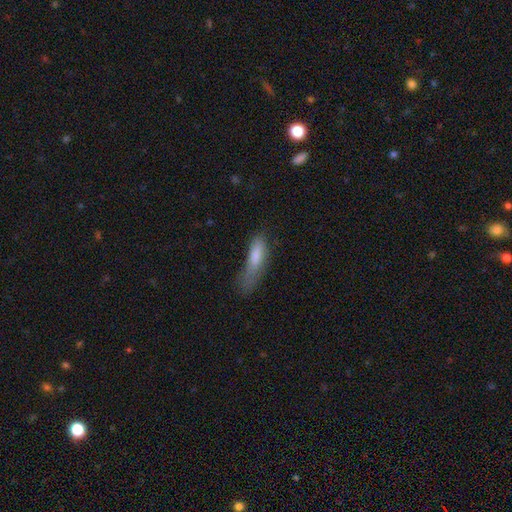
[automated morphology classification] smooth 73%, featured or disk 19%, star or artifact 8%. Down the decision tree: how rounded — cigar-shaped (68%); merging — none (40%).